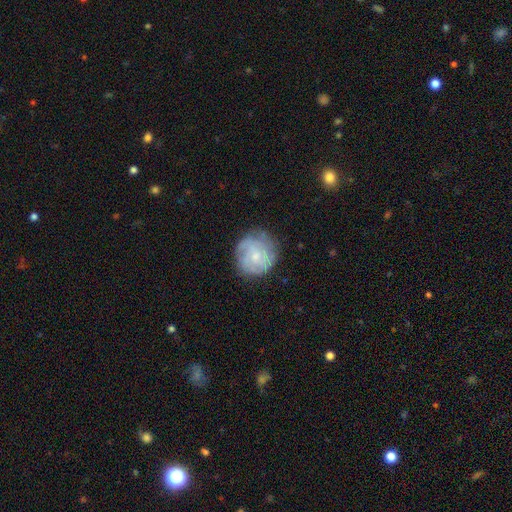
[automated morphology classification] This appears to be a featured or disk galaxy (55%) with no bar (77%), spiral arms (75%) and a small central bulge (55%). Merging: none (72%).